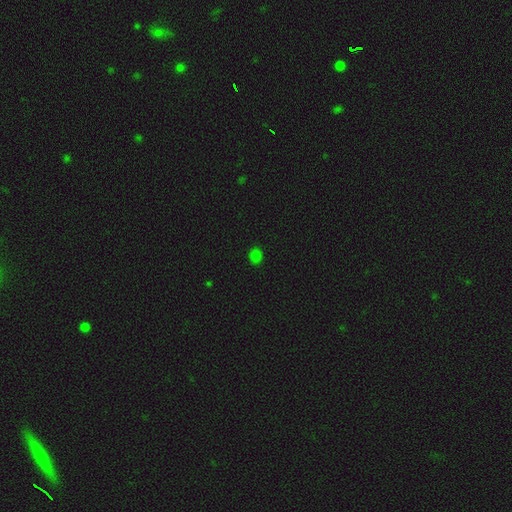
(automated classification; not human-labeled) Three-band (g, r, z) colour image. It shows a smooth galaxy with no disk features (79%) that is round (67%). Merging: none (89%).